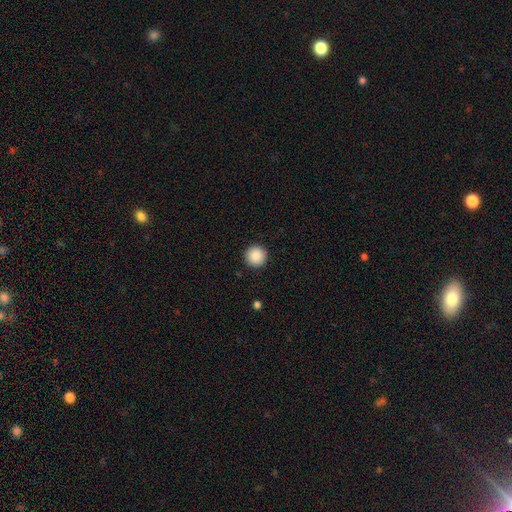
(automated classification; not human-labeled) This is clearly a smooth galaxy (89%). How rounded: clearly round (96%). Merging: clearly none (93%).